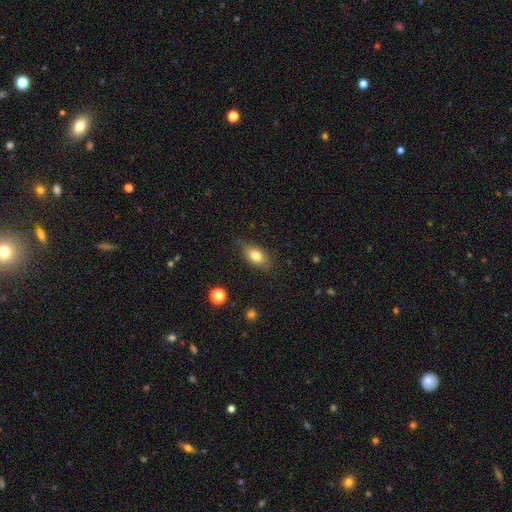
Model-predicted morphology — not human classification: Smooth or featured?
  - smooth: 78% *
  - featured or disk: 14%
  - star or artifact: 8%
How rounded?
  - in between: 86% *
  - round: 9%
  - cigar-shaped: 5%
Merging?
  - none: 73% *
  - minor disturbance: 21%
  - major disturbance: 5%
  - merger: 1%